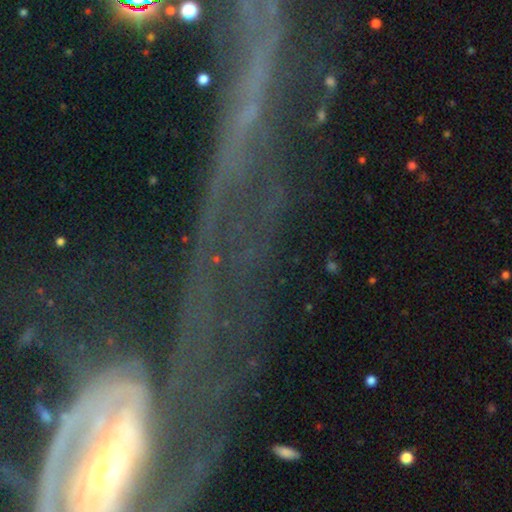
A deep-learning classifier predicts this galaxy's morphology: A star or artifact, not a galaxy (53%).

Vote fractions:
- Smooth or featured? star or artifact: 53% / featured or disk: 31% / smooth: 16%